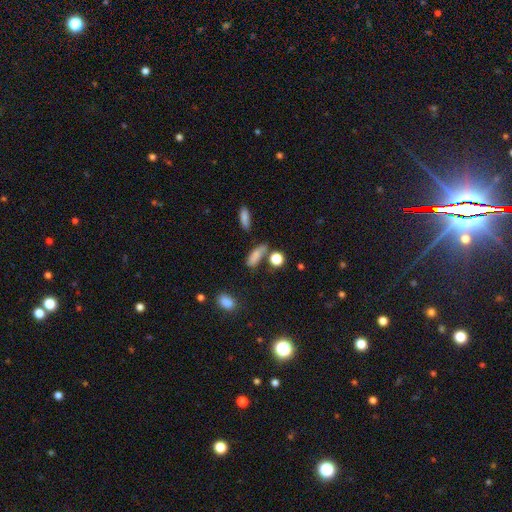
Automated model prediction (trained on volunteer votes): Overall: smooth (76%). How rounded: in between (61%; cigar-shaped 24%). Merging: none (50%; minor disturbance 21%).